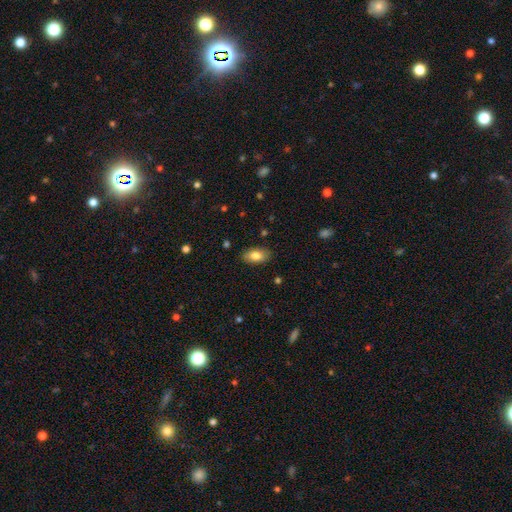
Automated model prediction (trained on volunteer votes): Q: Smooth or featured?
A: smooth (81%); runner-up: featured or disk (12%)
Q: How rounded?
A: in between (92%); runner-up: round (5%)
Q: Merging?
A: none (87%); runner-up: minor disturbance (10%)